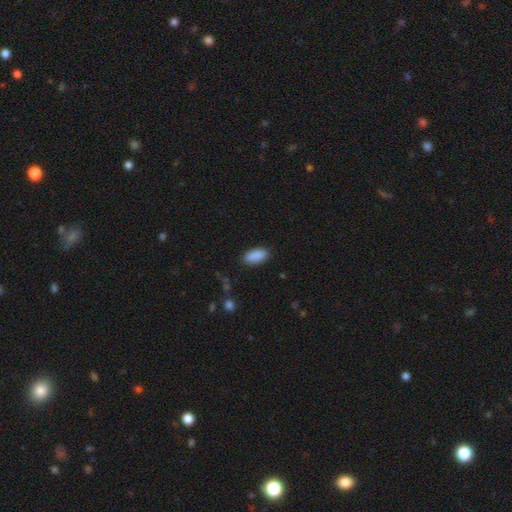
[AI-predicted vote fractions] Morphology: type=smooth (90%); roundness=in between (87%); merging=none (87%).